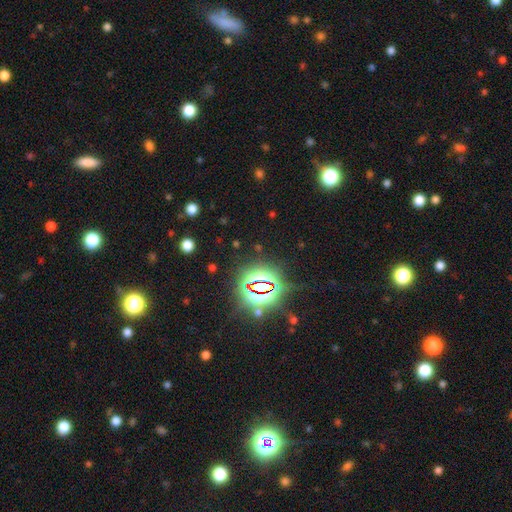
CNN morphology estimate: Q: Smooth or featured?
A: star or artifact (82%); runner-up: smooth (11%)